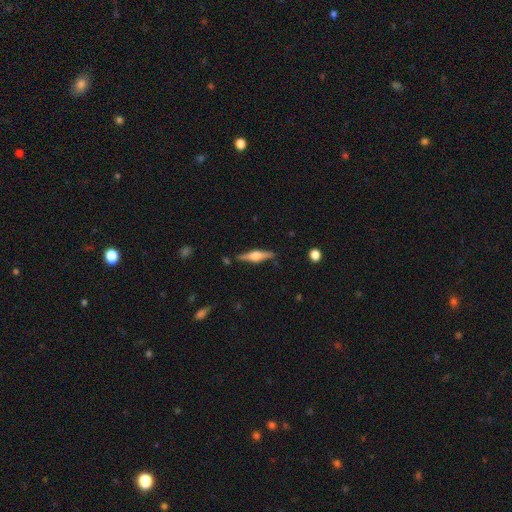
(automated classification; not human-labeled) Smooth or featured? Predicted: featured or disk (p=0.70). Edge-on disk? Predicted: yes (p=0.97). Edge-on bulge? Predicted: rounded (p=0.87). Merging? Predicted: none (p=0.87).